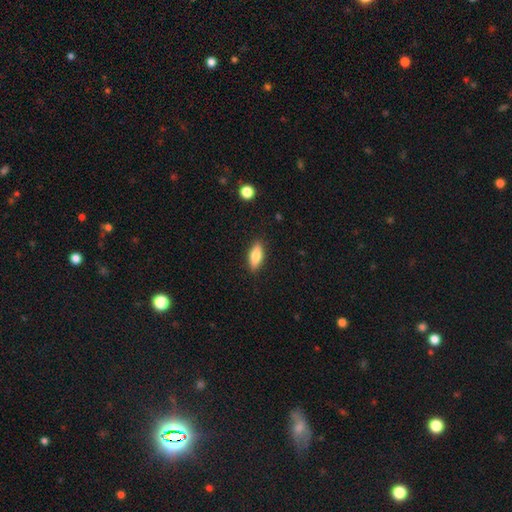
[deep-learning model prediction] Q: Smooth or featured?
A: smooth (78%); runner-up: featured or disk (16%)
Q: How rounded?
A: in between (73%); runner-up: cigar-shaped (24%)
Q: Merging?
A: none (87%); runner-up: minor disturbance (9%)